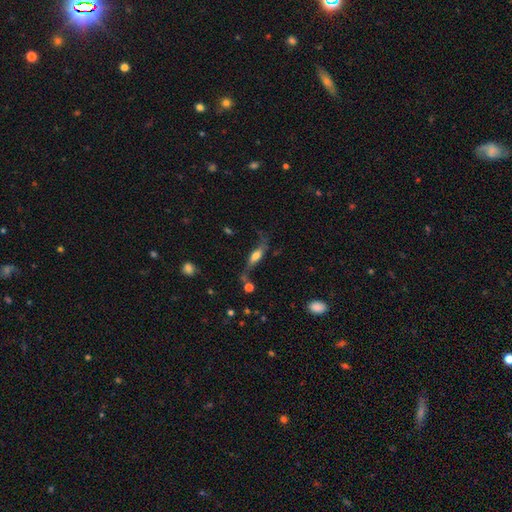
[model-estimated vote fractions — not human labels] The model was most divided on "edge-on disk": yes: 54%, no: 46%. More confident: merging — none (53%); smooth or featured — featured or disk (50%).